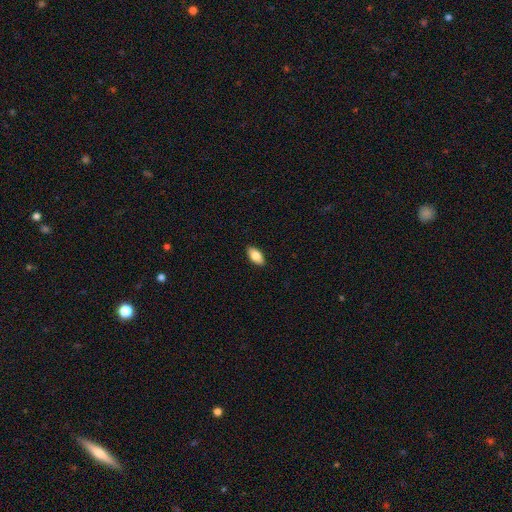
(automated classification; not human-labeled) Smooth or featured? Predicted: smooth (p=0.84). How rounded? Predicted: in between (p=0.92). Merging? Predicted: none (p=0.90).